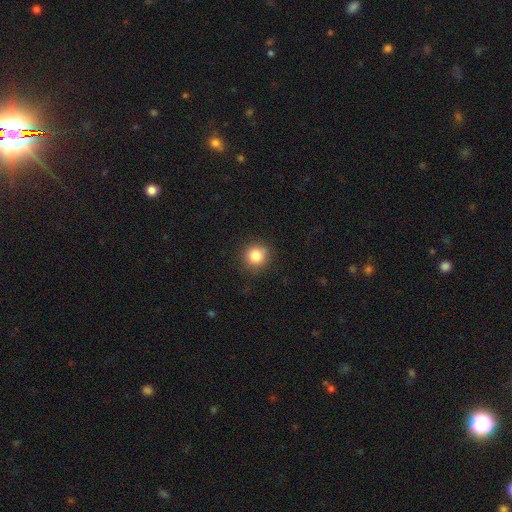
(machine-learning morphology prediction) A smooth galaxy with no disk features (84%) that is round (92%). Merging: none (86%).